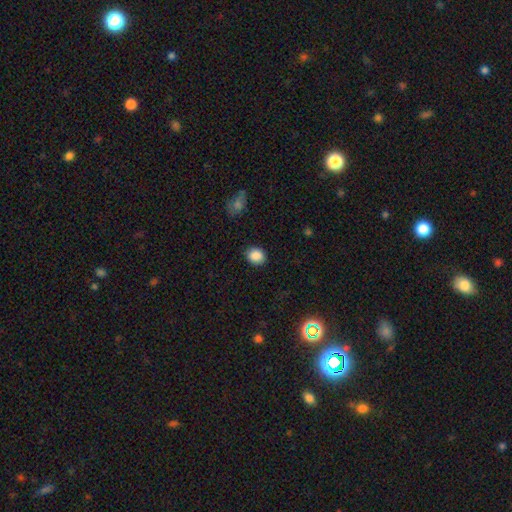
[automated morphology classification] A smooth galaxy with no disk features (88%) that is round (62%).

Vote fractions:
- Smooth or featured? smooth: 88% / star or artifact: 9% / featured or disk: 3%
- How rounded? round: 62% / in between: 37% / cigar-shaped: 1%
- Merging? none: 87% / minor disturbance: 10% / major disturbance: 3% / merger: 1%